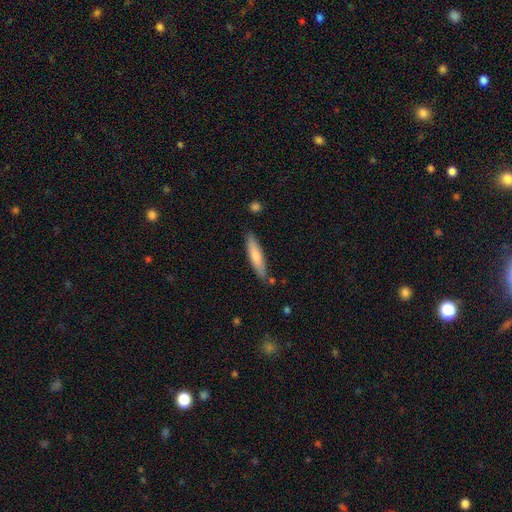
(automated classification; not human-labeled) Smooth or featured? smooth (72%)
How rounded? cigar-shaped (84%)
Merging? none (83%)